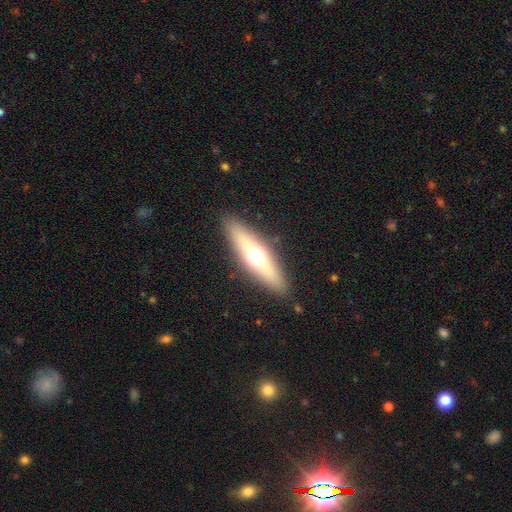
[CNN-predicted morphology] The model was most divided on "smooth or featured": smooth: 46%, featured or disk: 45%, star or artifact: 8%. More confident: merging — none (89%).